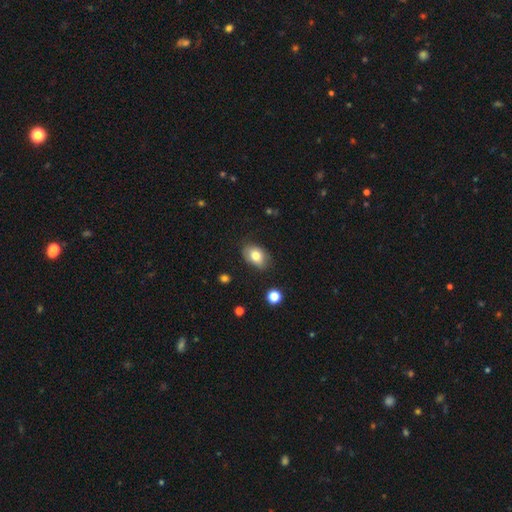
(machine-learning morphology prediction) Q: Smooth or featured?
A: smooth (77%); runner-up: featured or disk (15%)
Q: How rounded?
A: in between (84%); runner-up: round (14%)
Q: Merging?
A: none (75%); runner-up: minor disturbance (19%)